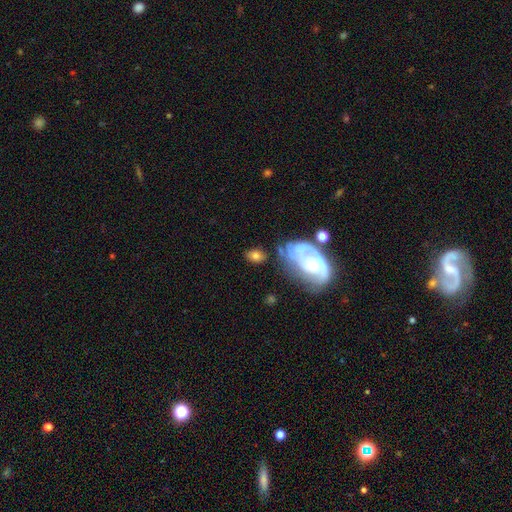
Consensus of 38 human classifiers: Smooth or featured: smooth — 55% (featured or disk — 37%)
How rounded: in between — 71% (round — 29%)
Merging: none — 80% (minor disturbance — 11%)